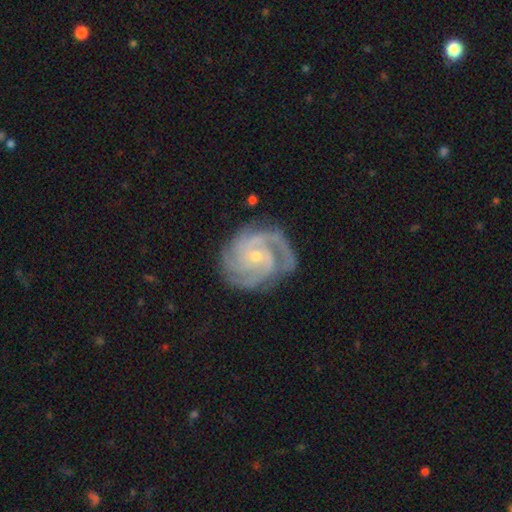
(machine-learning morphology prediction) type=featured or disk (90%); edge-on=no (98%); bar=no (68%); spiral arms=yes (98%); winding=tight (65%); arm count=3 (43%); bulge=small (67%); merging=none (77%).